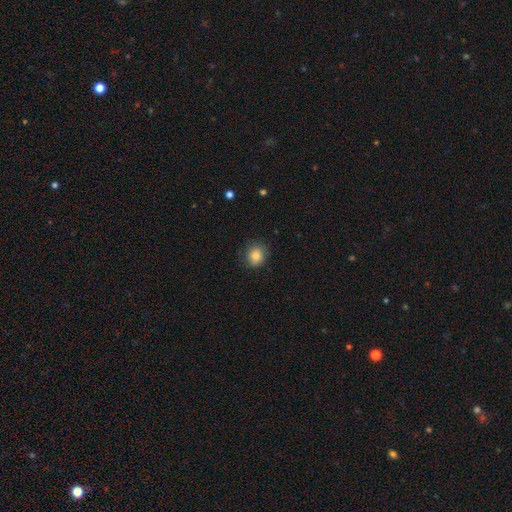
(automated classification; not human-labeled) Smooth or featured?
  - smooth: 83% *
  - star or artifact: 9%
  - featured or disk: 8%
How rounded?
  - round: 80% *
  - in between: 19%
  - cigar-shaped: 1%
Merging?
  - none: 79% *
  - minor disturbance: 16%
  - major disturbance: 4%
  - merger: 1%